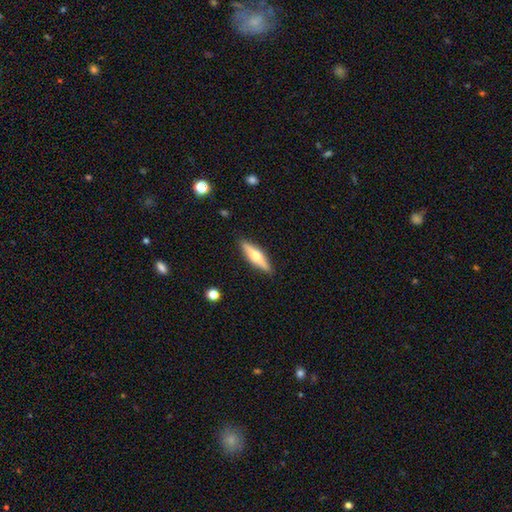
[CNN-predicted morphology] The model was most divided on "smooth or featured": featured or disk: 52%, smooth: 42%, star or artifact: 6%. More confident: edge-on disk — yes (94%); merging — none (89%).